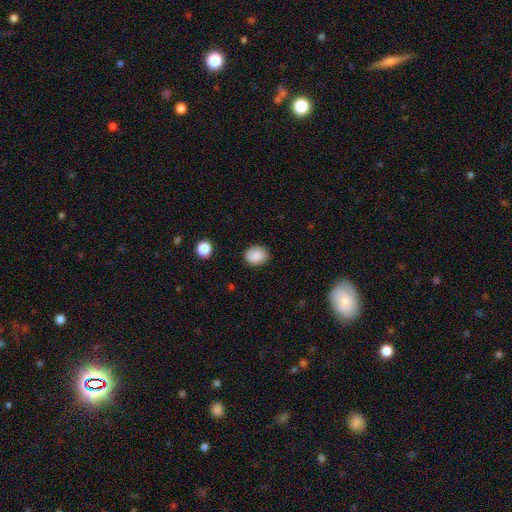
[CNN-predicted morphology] type=smooth (88%); roundness=in between (51%); merging=none (85%).